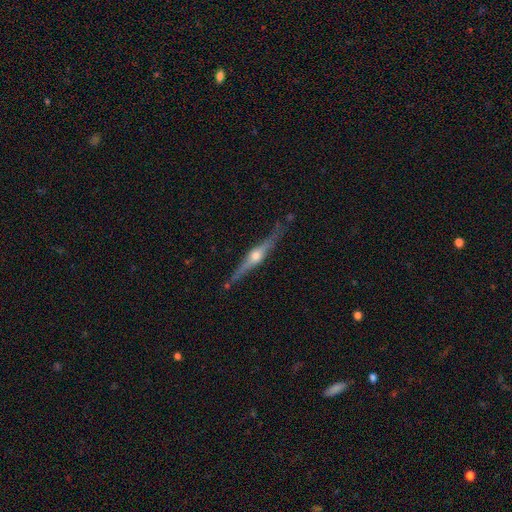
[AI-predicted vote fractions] This is clearly a featured or disk galaxy (81%). It is clearly viewed edge-on (98%). Edge-on bulge: clearly rounded (94%). Merging: clearly none (82%).